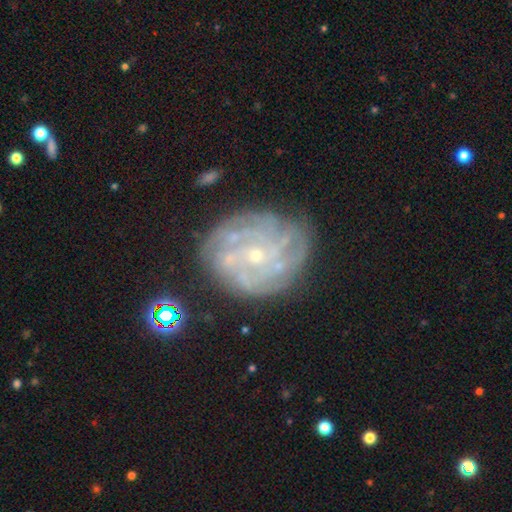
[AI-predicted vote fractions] smooth_or_featured: featured or disk (p=0.80) [alt: smooth p=0.11]
disk_edge_on: no (p=0.97) [alt: yes p=0.03]
bar: no (p=0.74) [alt: weak p=0.22]
has_spiral_arms: yes (p=0.87) [alt: no p=0.13]
spiral_winding: tight (p=0.68) [alt: medium p=0.24]
spiral_arm_count: can't tell (p=0.41) [alt: 4 p=0.18]
bulge_size: small (p=0.76) [alt: moderate p=0.20]
merging: none (p=0.74) [alt: minor disturbance p=0.15]